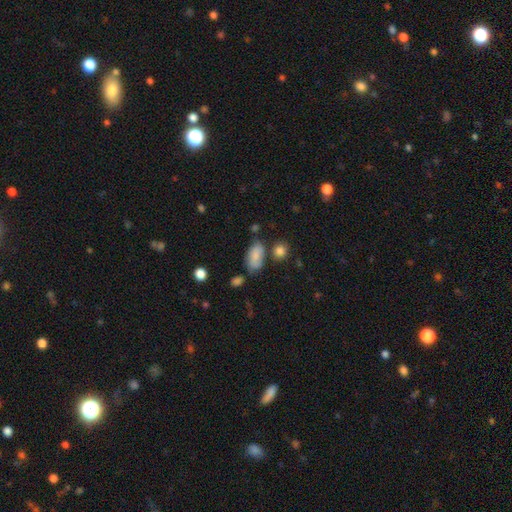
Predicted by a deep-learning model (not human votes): Smooth or featured? Predicted: smooth (p=0.80). How rounded? Predicted: in between (p=0.91). Merging? Predicted: none (p=0.58).